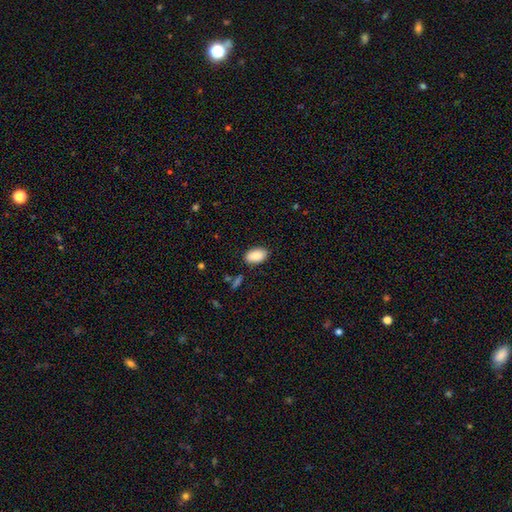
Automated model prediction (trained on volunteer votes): Overall: smooth (89%). How rounded: in between (93%). Merging: none (86%).